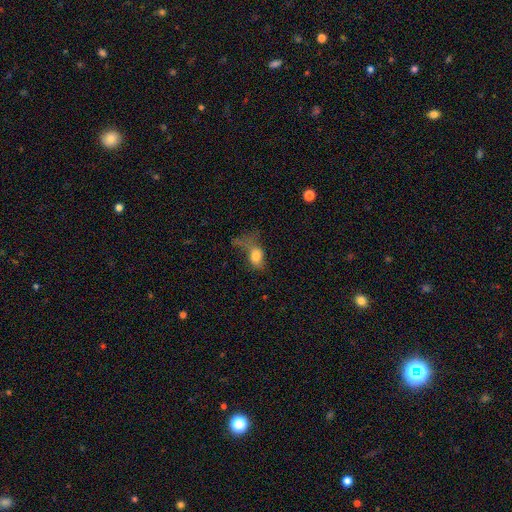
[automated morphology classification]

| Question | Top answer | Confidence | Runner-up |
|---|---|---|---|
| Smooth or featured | smooth | 72% | featured or disk (17%) |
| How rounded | in between | 75% | round (21%) |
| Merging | major disturbance | 49% | none (22%) |